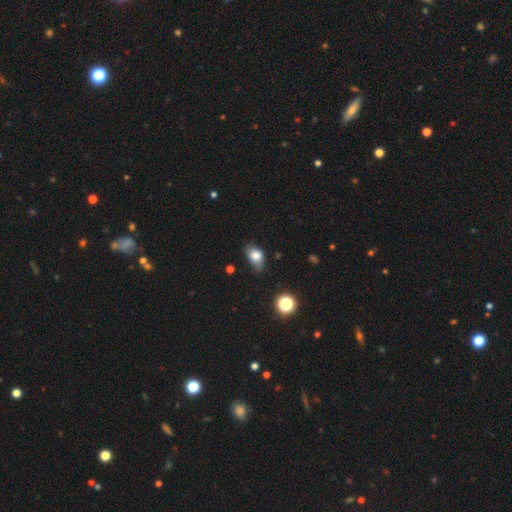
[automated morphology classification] smooth-or-featured: smooth: 80% | star or artifact: 11% | featured or disk: 10%
  how-rounded: in between: 78% | round: 20% | cigar-shaped: 2%
  merging: none: 51% | minor disturbance: 38% | major disturbance: 9% | merger: 3%